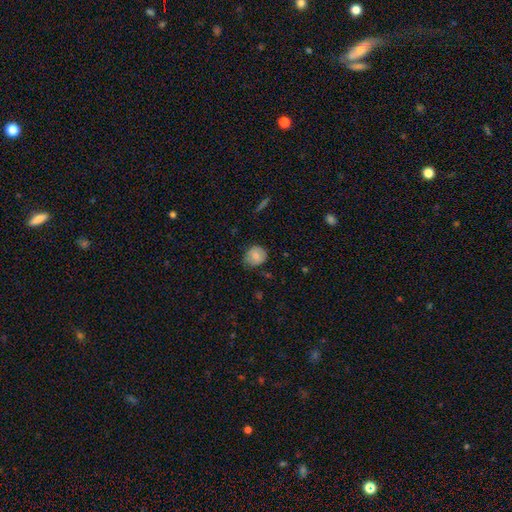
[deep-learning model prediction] This is likely a smooth galaxy (74%). How rounded: likely round (71%). Merging: likely none (62%).